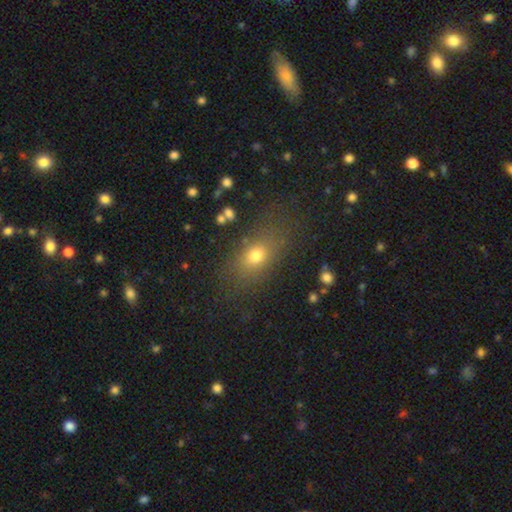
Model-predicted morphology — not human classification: Smooth or featured? smooth (71%)
How rounded? in between (69%)
Merging? none (76%)